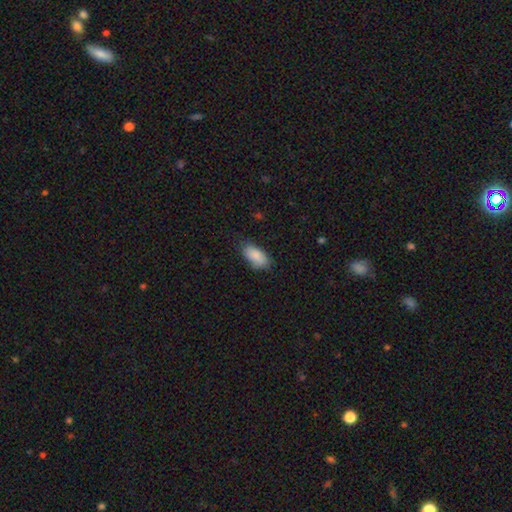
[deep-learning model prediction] Morphology: type=smooth (88%); roundness=in between (91%); merging=none (72%).